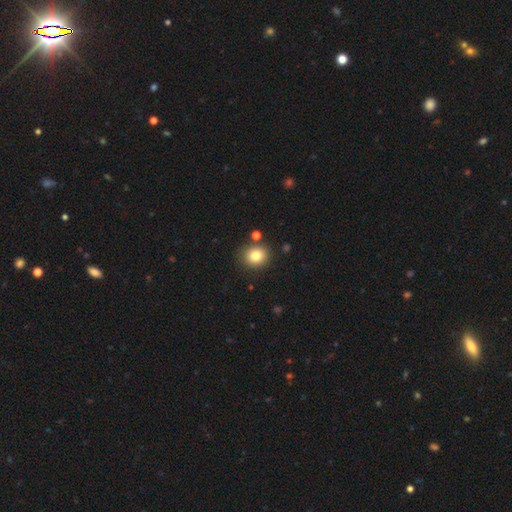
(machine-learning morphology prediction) smooth_or_featured: smooth (p=0.82) [alt: star or artifact p=0.11]
how_rounded: round (p=0.76) [alt: in between p=0.23]
merging: none (p=0.83) [alt: minor disturbance p=0.09]